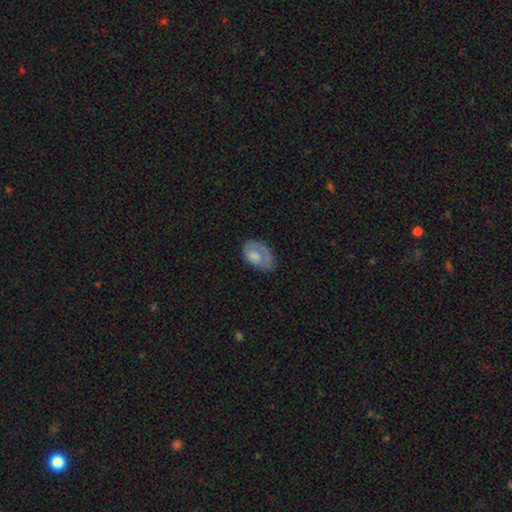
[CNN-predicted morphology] Smooth or featured? smooth (62%)
How rounded? in between (90%)
Merging? none (47%)